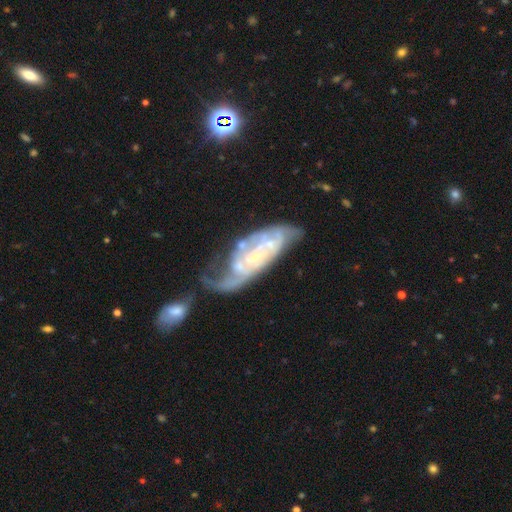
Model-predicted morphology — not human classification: Smooth or featured? Predicted: featured or disk (p=0.78). Edge-on disk? Predicted: no (p=0.92). Bar? Predicted: no (p=0.66). Spiral arms? Predicted: yes (p=0.78). Spiral winding? Predicted: tight (p=0.52). Spiral arm count? Predicted: can't tell (p=0.46). Bulge size? Predicted: small (p=0.69). Merging? Predicted: none (p=0.28).